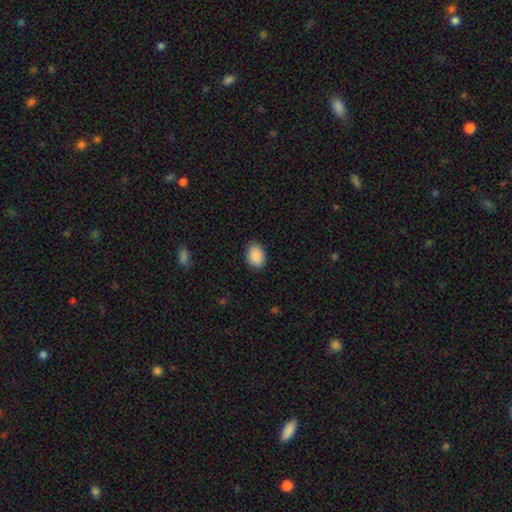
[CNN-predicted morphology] A smooth galaxy with no disk features (90%) that is in between round and cigar-shaped (77%). Merging: none (84%).